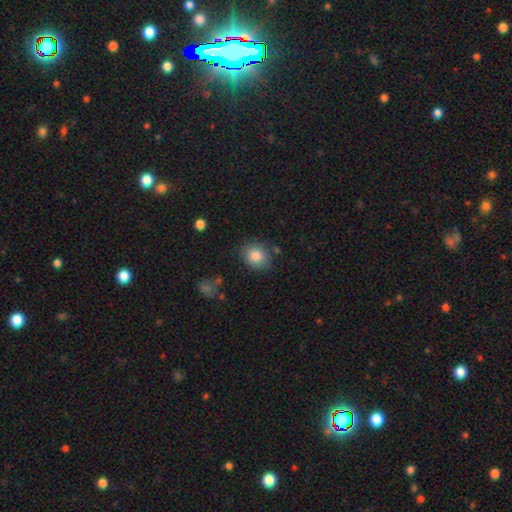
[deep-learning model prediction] smooth_or_featured: smooth (p=0.84) [alt: star or artifact p=0.09]
how_rounded: round (p=0.63) [alt: in between p=0.36]
merging: none (p=0.80) [alt: minor disturbance p=0.13]